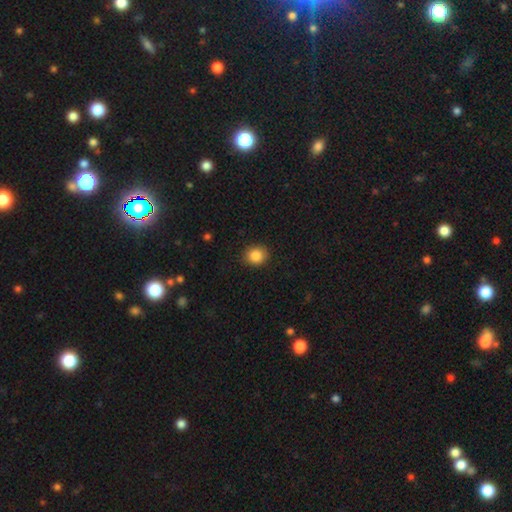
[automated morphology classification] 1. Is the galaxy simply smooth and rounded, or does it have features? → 86% smooth, 9% star or artifact, 5% featured or disk.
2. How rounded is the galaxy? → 79% round, 20% in between, 1% cigar-shaped.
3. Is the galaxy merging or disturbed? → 89% none, 7% minor disturbance, 2% major disturbance, 1% merger.